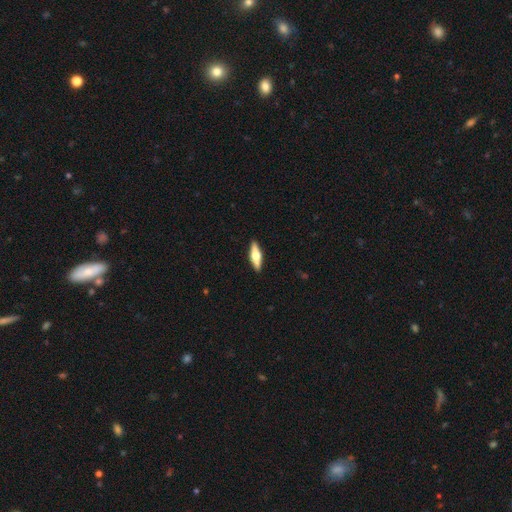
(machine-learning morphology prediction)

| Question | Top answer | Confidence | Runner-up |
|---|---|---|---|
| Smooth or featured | featured or disk | 53% | smooth (41%) |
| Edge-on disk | yes | 93% | no (7%) |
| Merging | none | 91% | minor disturbance (7%) |